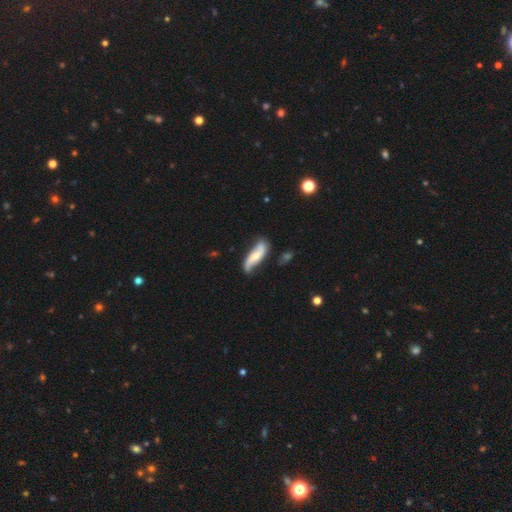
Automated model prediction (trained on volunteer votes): Q: Smooth or featured?
A: featured or disk (68%); runner-up: smooth (27%)
Q: Edge-on disk?
A: no (84%); runner-up: yes (16%)
Q: Bar?
A: no (53%); runner-up: weak (29%)
Q: Spiral arms?
A: yes (92%); runner-up: no (8%)
Q: Spiral winding?
A: loose (74%); runner-up: medium (18%)
Q: Spiral arm count?
A: 2 (89%); runner-up: can't tell (5%)
Q: Bulge size?
A: small (45%); runner-up: moderate (44%)
Q: Merging?
A: none (68%); runner-up: minor disturbance (22%)